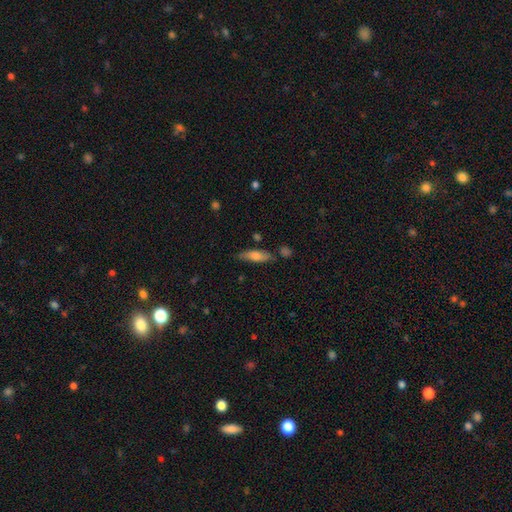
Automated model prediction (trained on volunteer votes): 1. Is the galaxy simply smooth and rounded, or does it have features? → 69% smooth, 24% featured or disk, 7% star or artifact.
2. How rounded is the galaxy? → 51% cigar-shaped, 47% in between, 2% round.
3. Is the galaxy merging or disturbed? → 75% none, 16% minor disturbance, 5% merger, 3% major disturbance.